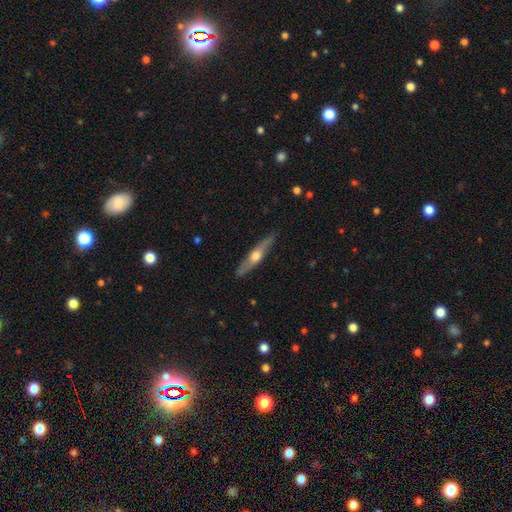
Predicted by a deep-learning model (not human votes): This appears to be a featured or disk galaxy (61%) viewed edge-on (92%) with a rounded central bulge (92%). Merging: none (87%).